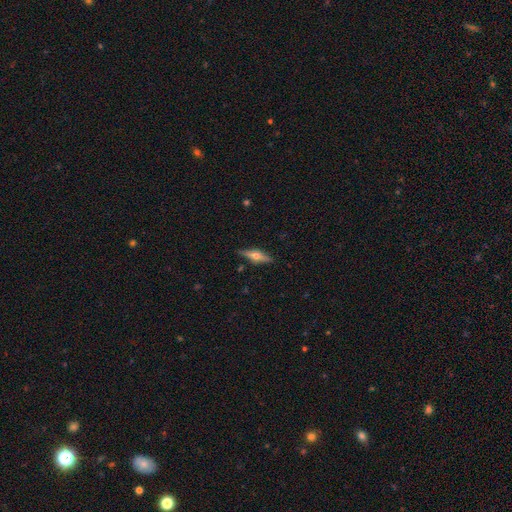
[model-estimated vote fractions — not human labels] A featured or disk galaxy (60%) viewed edge-on (95%) with a rounded central bulge (91%). Merging: none (86%).